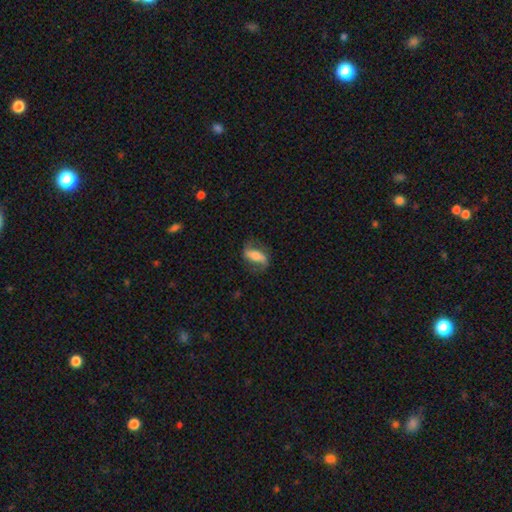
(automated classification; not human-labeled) Smooth or featured? featured or disk (55%)
Edge-on disk? no (86%)
Merging? none (70%)